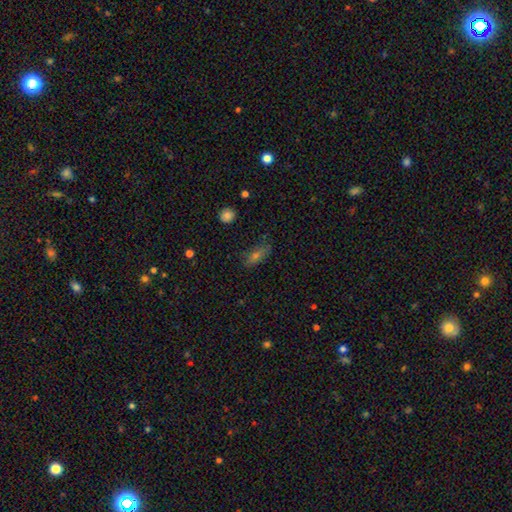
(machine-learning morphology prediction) smooth-or-featured: smooth: 59% | featured or disk: 23% | star or artifact: 18%
  how-rounded: in between: 64% | cigar-shaped: 30% | round: 6%
  merging: none: 69% | minor disturbance: 22% | major disturbance: 7% | merger: 2%